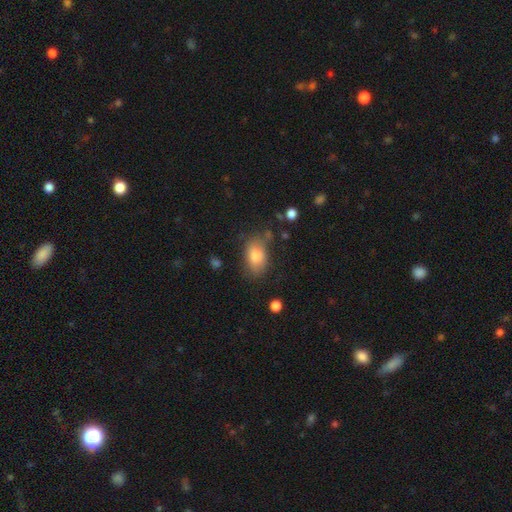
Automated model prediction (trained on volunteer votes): This appears to be a smooth galaxy with no disk features (79%) that is in between round and cigar-shaped (86%). Merging: none (67%).